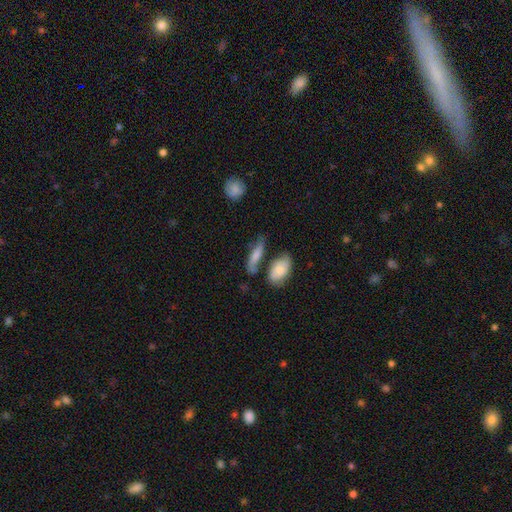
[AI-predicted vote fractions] A smooth galaxy with no disk features (65%) that is cigar-shaped (48%, tied with in between).

Vote fractions:
- Smooth or featured? smooth: 65% / featured or disk: 27% / star or artifact: 8%
- How rounded? cigar-shaped: 48% (tied) / in between: 48% (tied) / round: 4%
- Merging? none: 52% / minor disturbance: 22% / merger: 17% / major disturbance: 9%